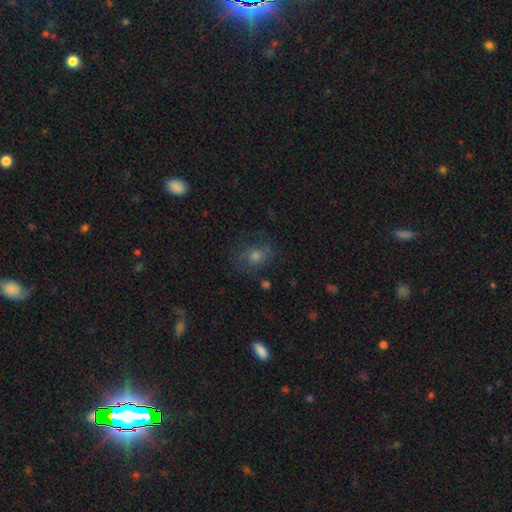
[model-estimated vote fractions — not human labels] This is marginally a smooth galaxy (43%). Merging: likely none (70%).